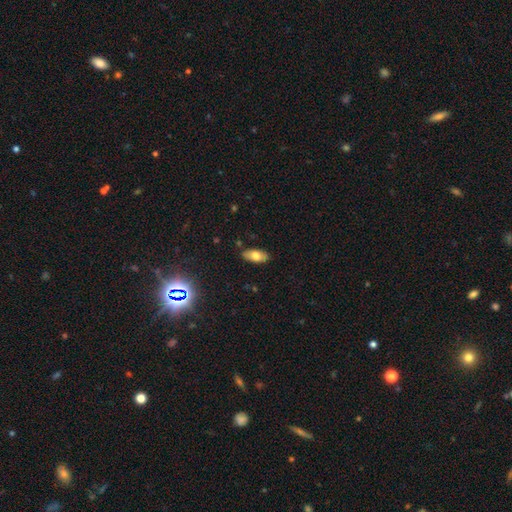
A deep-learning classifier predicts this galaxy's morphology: This is likely a smooth galaxy (73%). How rounded: clearly in between (89%). Merging: clearly none (86%).